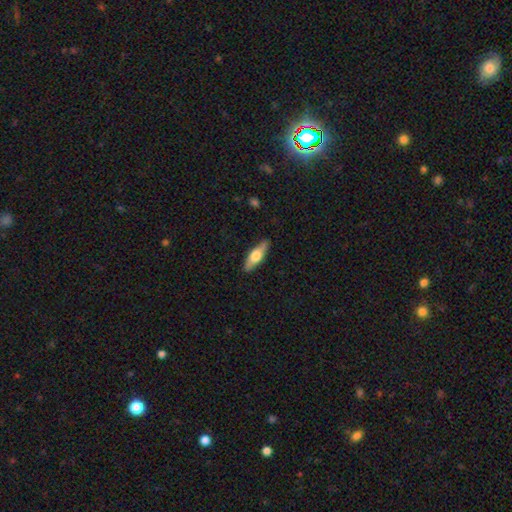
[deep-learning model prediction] This is possibly a smooth galaxy (55%). How rounded: possibly cigar-shaped (50%). Merging: clearly none (88%).